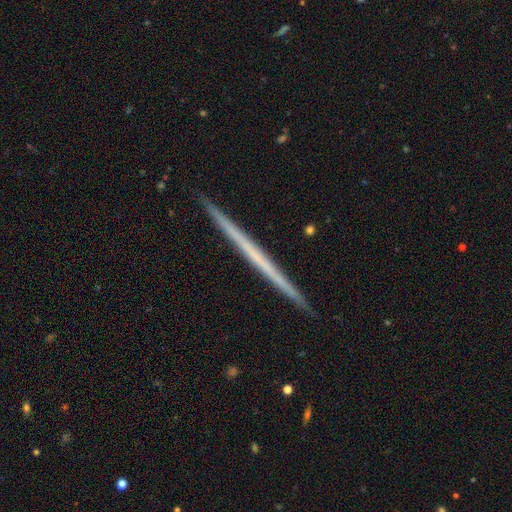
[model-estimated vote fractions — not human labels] Smooth or featured?
  - featured or disk: 61% *
  - smooth: 34%
  - star or artifact: 5%
Edge-on disk?
  - yes: 98% *
  - no: 2%
Edge-on bulge?
  - none: 93% *
  - rounded: 4%
  - boxy: 2%
Merging?
  - none: 93% *
  - minor disturbance: 5%
  - major disturbance: 1%
  - merger: 1%